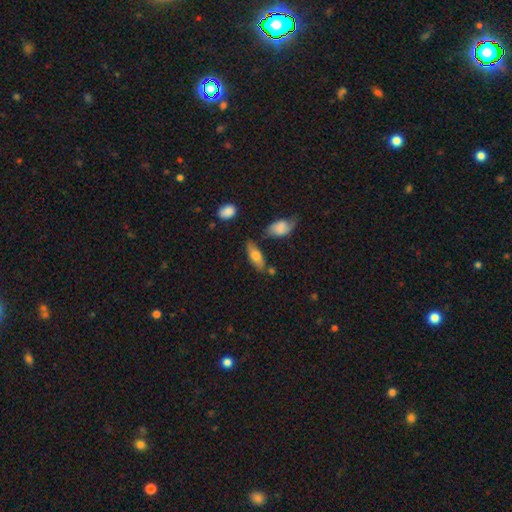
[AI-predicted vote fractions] The model was most divided on "merging": none: 63%, minor disturbance: 21%, merger: 9%, major disturbance: 6%. More confident: how rounded — in between (77%); smooth or featured — smooth (68%).